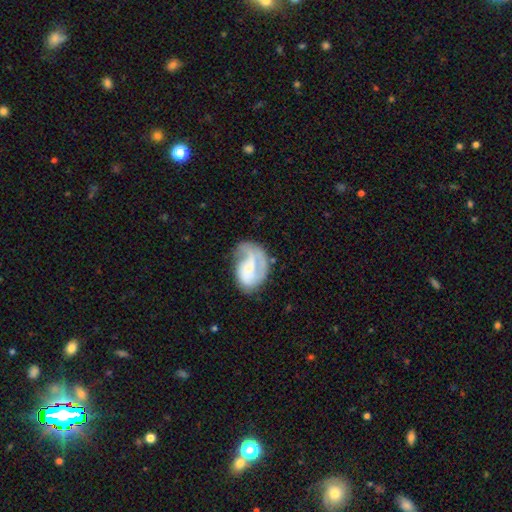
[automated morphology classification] Smooth or featured: featured or disk — 65% (smooth — 29%)
Edge-on disk: no — 97% (yes — 3%)
Bar: no — 57% (weak — 34%)
Spiral arms: yes — 83% (no — 17%)
Spiral winding: medium — 38% (tight — 37%)
Spiral arm count: 1 — 48% (2 — 31%)
Bulge size: small — 41% (none — 28%)
Merging: none — 44% (minor disturbance — 27%)